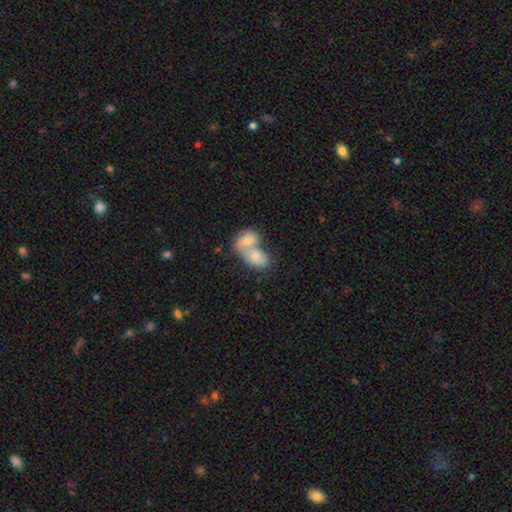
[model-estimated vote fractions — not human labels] A smooth galaxy with no disk features (76%) that is in between round and cigar-shaped (84%).

Vote fractions:
- Smooth or featured? smooth: 76% / featured or disk: 18% / star or artifact: 6%
- How rounded? in between: 84% / round: 14% / cigar-shaped: 2%
- Merging? merger: 78% / none: 13% / minor disturbance: 5% / major disturbance: 3%